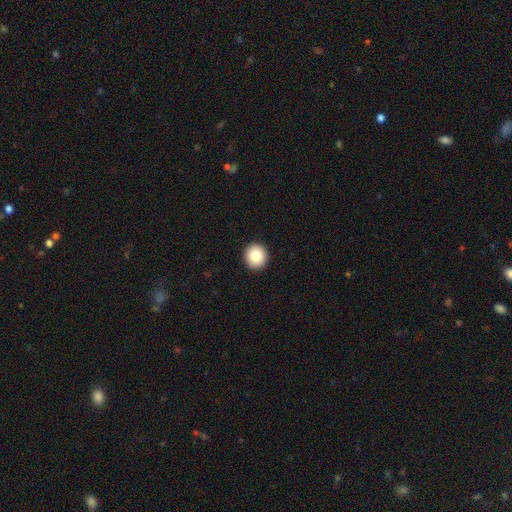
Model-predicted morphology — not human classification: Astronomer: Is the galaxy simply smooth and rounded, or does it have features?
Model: smooth — 83%.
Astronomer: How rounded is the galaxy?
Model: round — 92%.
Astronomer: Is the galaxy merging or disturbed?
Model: none — 93%.